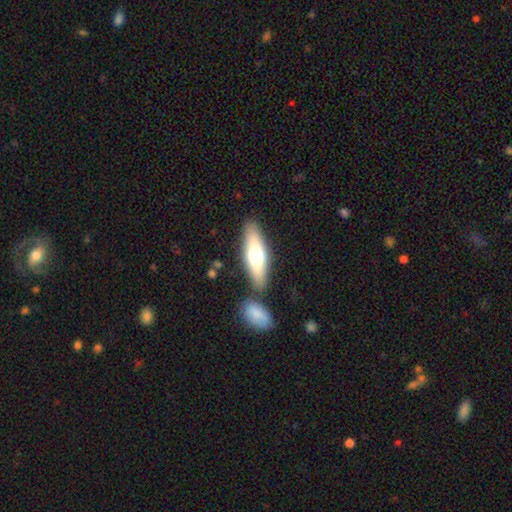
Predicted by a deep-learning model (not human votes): Smooth or featured?
  - smooth: 61% *
  - featured or disk: 33%
  - star or artifact: 6%
How rounded?
  - in between: 51% *
  - cigar-shaped: 46%
  - round: 3%
Merging?
  - none: 77% *
  - merger: 11%
  - minor disturbance: 9%
  - major disturbance: 3%